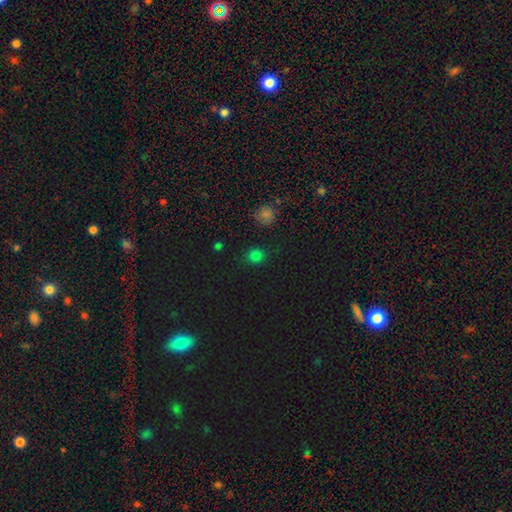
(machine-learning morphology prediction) This is likely a smooth galaxy (73%). How rounded: clearly round (85%). Merging: clearly none (87%).